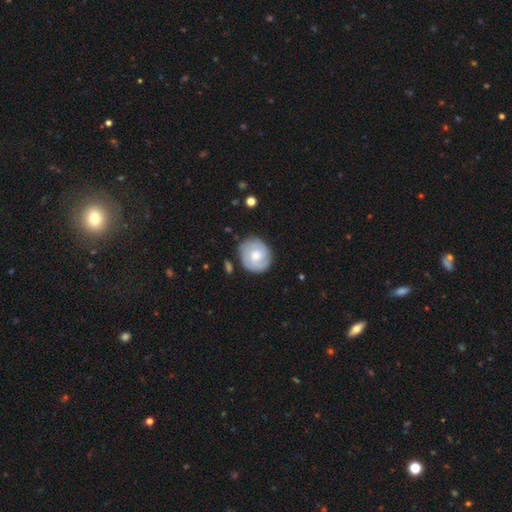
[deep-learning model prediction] This appears to be a featured or disk galaxy (65%) with no bar (70%), 2 (44%) tight (68%) spiral arms (87%) and a moderate central bulge (61%). Merging: none (80%).